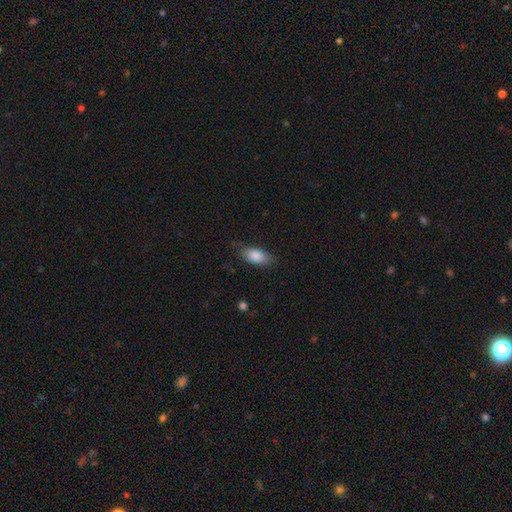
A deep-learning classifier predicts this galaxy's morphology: A smooth galaxy with no disk features (83%) that is in between round and cigar-shaped (88%). Merging: none (72%).